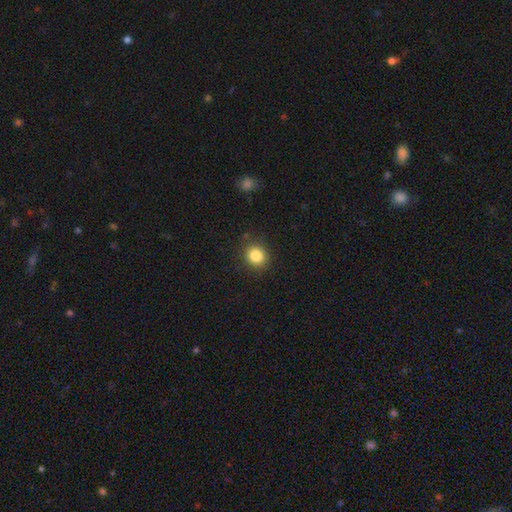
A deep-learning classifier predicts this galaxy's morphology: Smooth or featured? smooth (84%)
How rounded? round (85%)
Merging? none (88%)